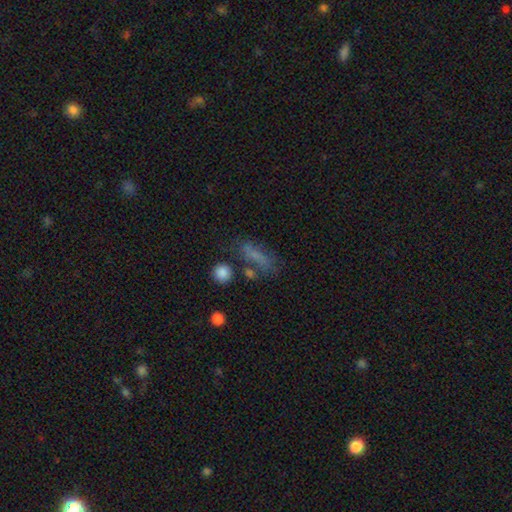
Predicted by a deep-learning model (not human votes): This appears to be a smooth galaxy with no disk features (61%) that is cigar-shaped (50%). Merging: none (56%).